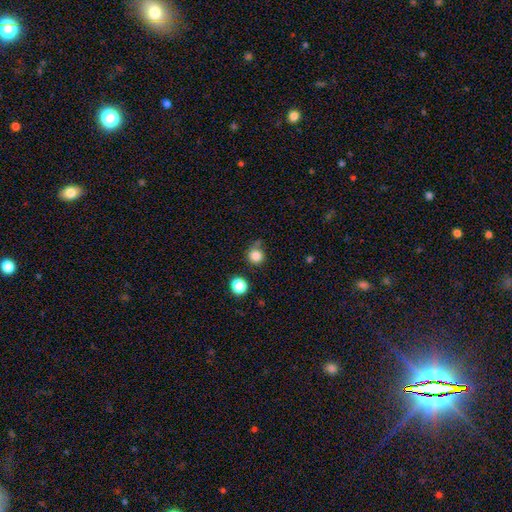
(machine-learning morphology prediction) Smooth or featured: smooth — 83% (star or artifact — 12%)
How rounded: round — 92% (in between — 7%)
Merging: none — 69% (minor disturbance — 18%)